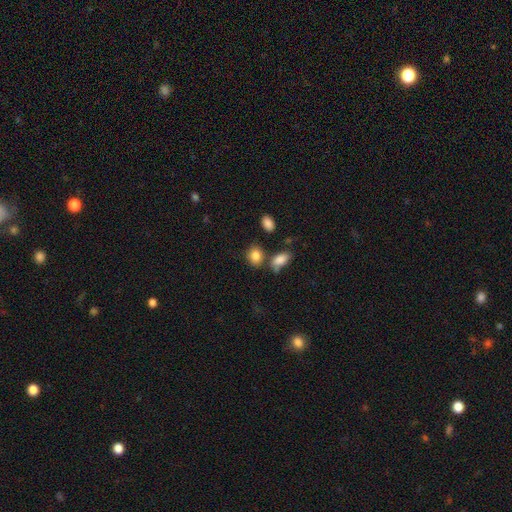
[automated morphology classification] Overall: smooth (85%). How rounded: in between (56%; round 43%). Merging: none (67%).